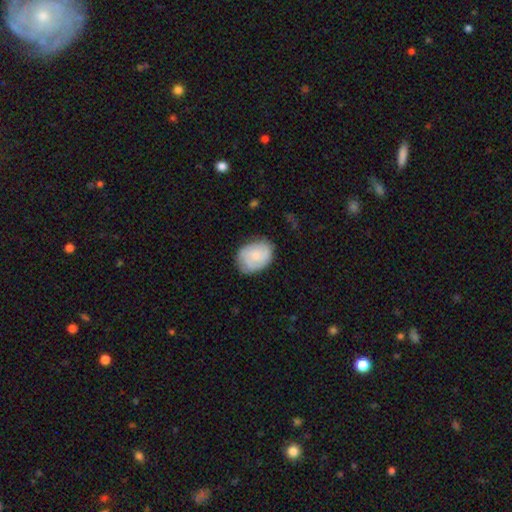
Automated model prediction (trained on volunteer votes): Q: Smooth or featured?
A: smooth (53%); runner-up: featured or disk (40%)
Q: How rounded?
A: in between (63%); runner-up: round (36%)
Q: Merging?
A: none (69%); runner-up: minor disturbance (23%)